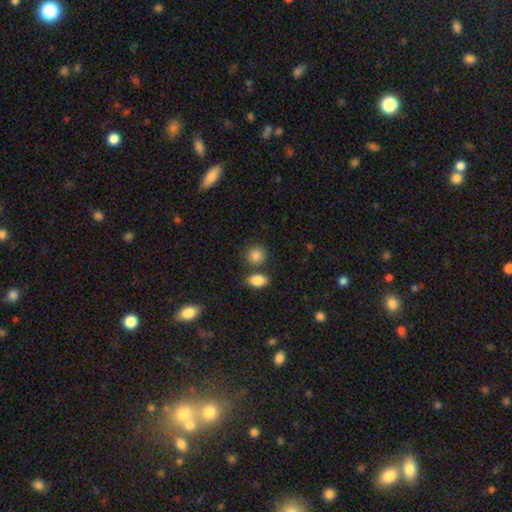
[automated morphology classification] This appears to be a smooth galaxy with no disk features (86%) that is round (76%). Merging: none (69%).